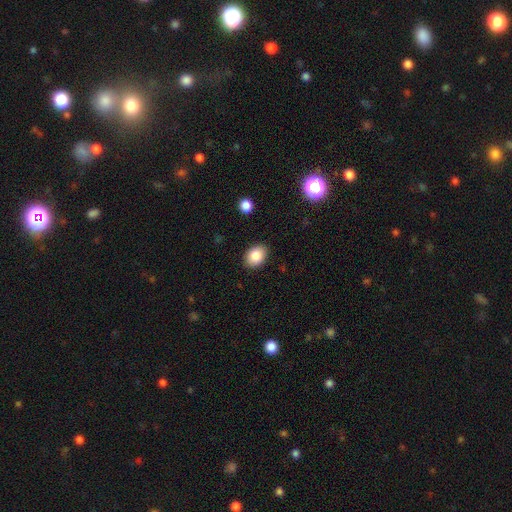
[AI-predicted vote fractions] Overall: smooth (85%). How rounded: in between (70%). Merging: none (87%).